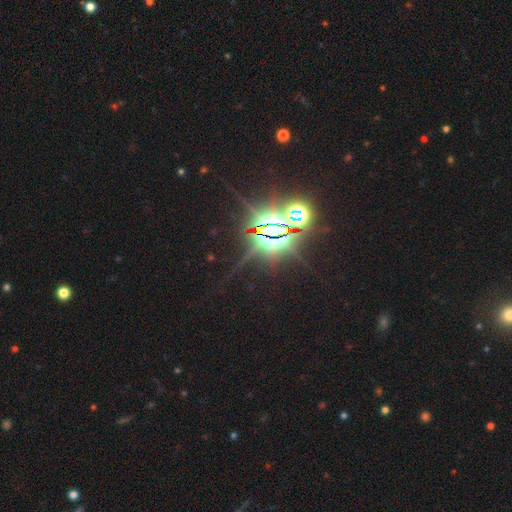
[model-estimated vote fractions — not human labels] A star or artifact, not a galaxy (85%).